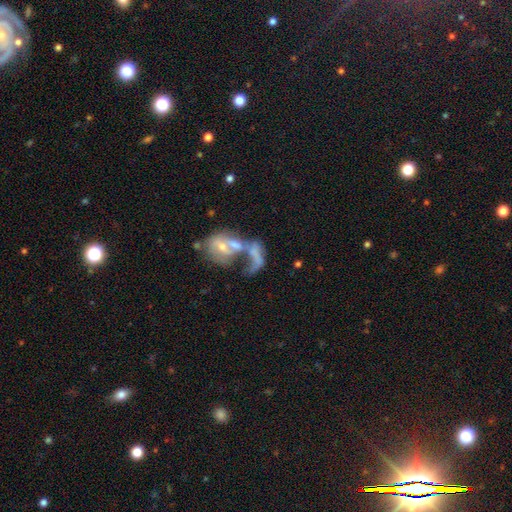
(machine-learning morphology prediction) Smooth or featured? Predicted: featured or disk (p=0.52). Edge-on disk? Predicted: no (p=0.95). Merging? Predicted: merger (p=0.62).